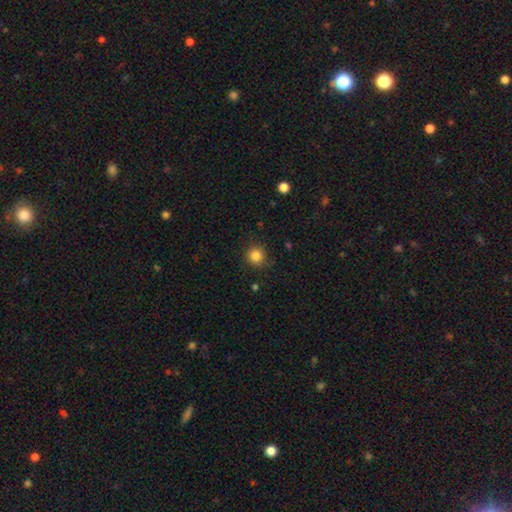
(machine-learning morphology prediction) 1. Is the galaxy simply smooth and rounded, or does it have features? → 84% smooth, 11% star or artifact, 4% featured or disk.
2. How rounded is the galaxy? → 93% round, 7% in between, 1% cigar-shaped.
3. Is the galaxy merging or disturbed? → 85% none, 11% minor disturbance, 3% major disturbance, 1% merger.